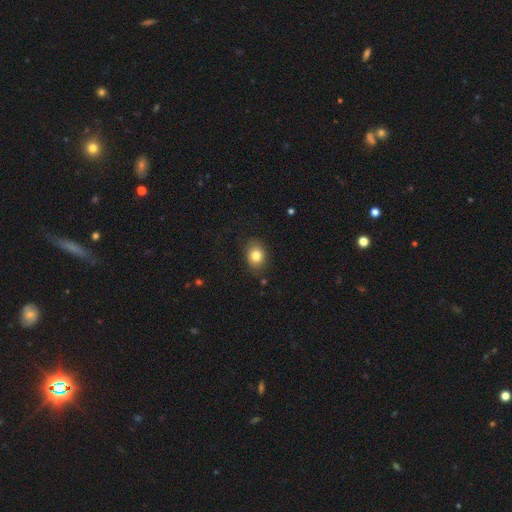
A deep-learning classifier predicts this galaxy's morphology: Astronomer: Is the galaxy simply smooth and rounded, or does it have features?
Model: smooth — 81%.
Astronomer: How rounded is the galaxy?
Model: in between — 60% (runner-up: round, 39%).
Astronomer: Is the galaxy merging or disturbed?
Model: none — 82%.